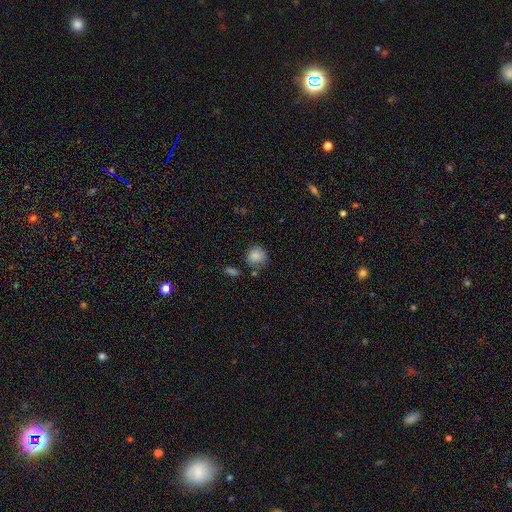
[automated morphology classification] Smooth or featured? smooth (84%)
How rounded? round (81%)
Merging? none (67%)